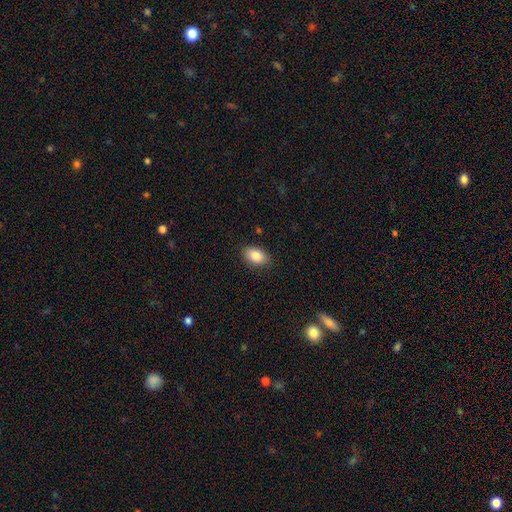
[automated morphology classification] type=smooth (85%); roundness=in between (88%); merging=none (85%).